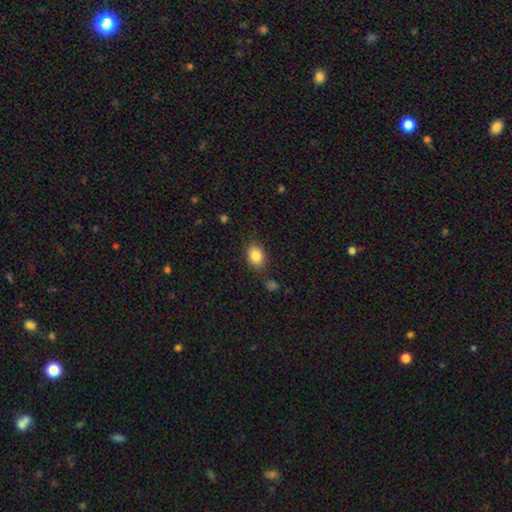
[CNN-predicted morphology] This is clearly a smooth galaxy (84%). How rounded: likely in between (64%). Merging: clearly none (81%).